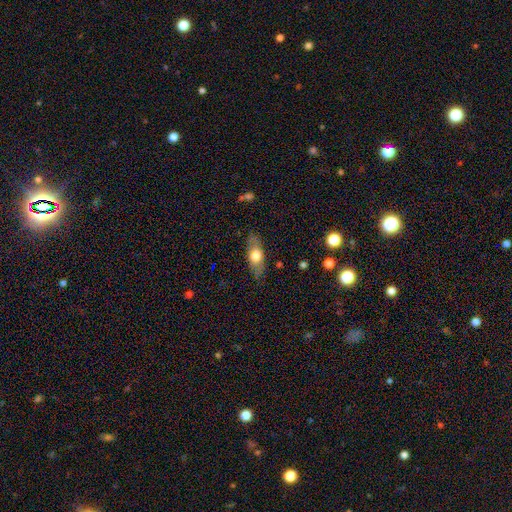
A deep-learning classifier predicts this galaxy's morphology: smooth-or-featured: smooth: 57% | featured or disk: 37% | star or artifact: 6%
  how-rounded: in between: 74% | cigar-shaped: 20% | round: 6%
  merging: none: 80% | minor disturbance: 15% | major disturbance: 4% | merger: 1%